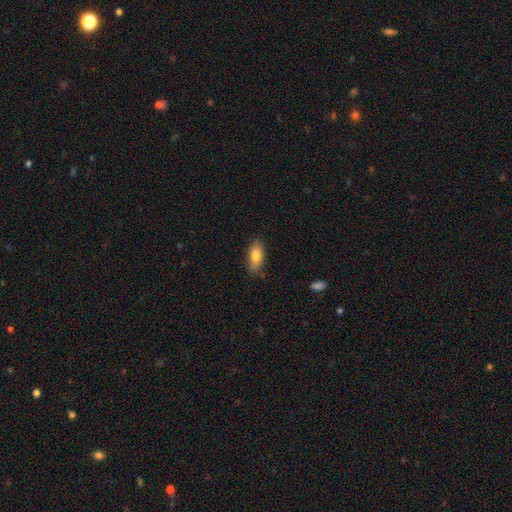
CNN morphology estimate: Smooth or featured?
  - smooth: 79% *
  - featured or disk: 14%
  - star or artifact: 7%
How rounded?
  - in between: 81% *
  - cigar-shaped: 16%
  - round: 3%
Merging?
  - none: 82% *
  - minor disturbance: 14%
  - major disturbance: 2%
  - merger: 1%